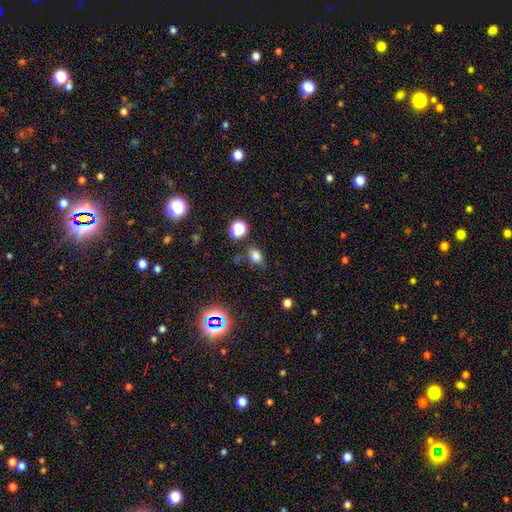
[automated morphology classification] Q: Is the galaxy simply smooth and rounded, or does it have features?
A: smooth — 74%.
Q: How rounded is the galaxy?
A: in between — 50%.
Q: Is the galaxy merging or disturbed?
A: none — 68%.